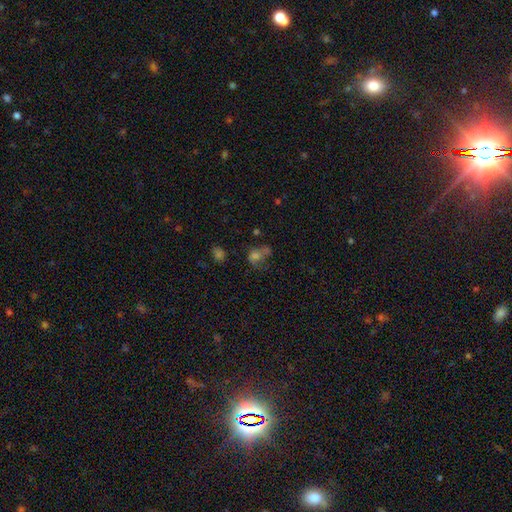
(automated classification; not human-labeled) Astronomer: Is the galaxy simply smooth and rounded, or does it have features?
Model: smooth — 55%.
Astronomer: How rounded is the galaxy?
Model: round — 54% (runner-up: in between, 44%).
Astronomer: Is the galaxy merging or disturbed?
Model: none — 36% (runner-up: major disturbance, 22%).